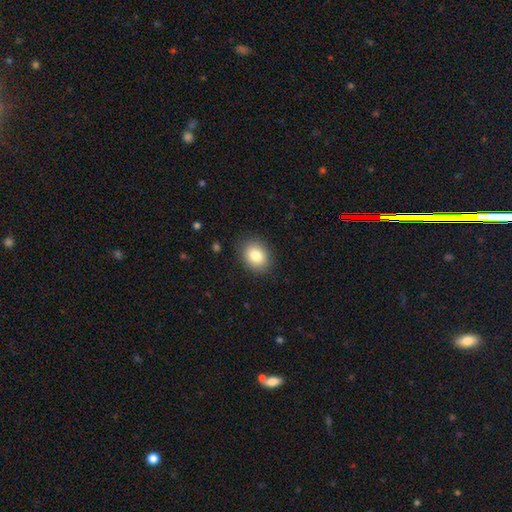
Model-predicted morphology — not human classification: A smooth galaxy with no disk features (83%) that is in between round and cigar-shaped (54%). Merging: none (87%).